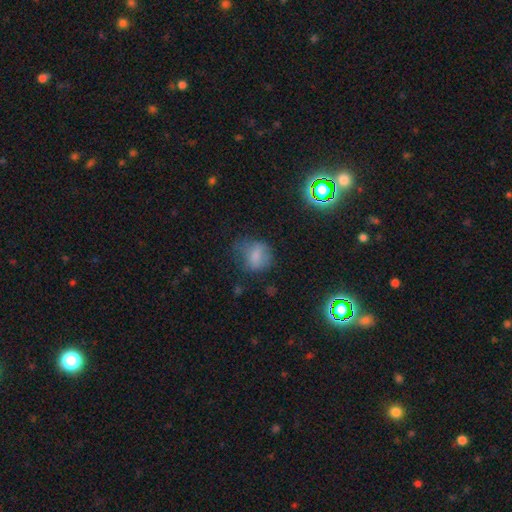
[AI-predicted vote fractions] A smooth galaxy with no disk features (69%) that is round (54%).

Vote fractions:
- Smooth or featured? smooth: 69% / featured or disk: 18% / star or artifact: 14%
- How rounded? round: 54% / in between: 44% / cigar-shaped: 2%
- Merging? none: 47% / minor disturbance: 29% / major disturbance: 22% / merger: 2%